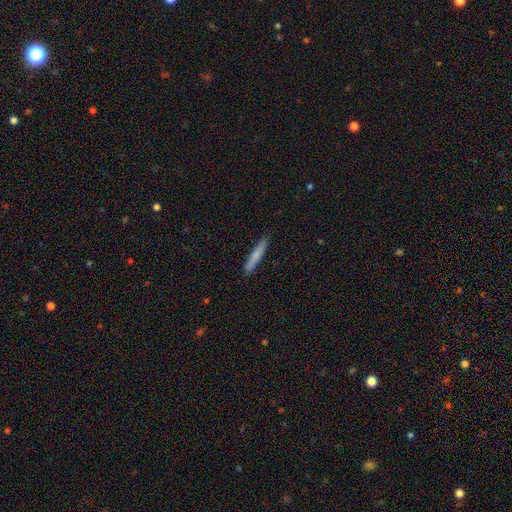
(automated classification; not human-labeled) smooth_or_featured: smooth (p=0.74) [alt: featured or disk p=0.20]
how_rounded: cigar-shaped (p=0.94) [alt: in between p=0.05]
merging: none (p=0.87) [alt: minor disturbance p=0.10]